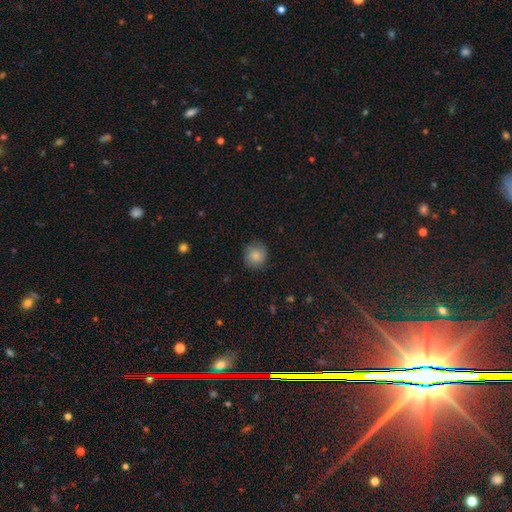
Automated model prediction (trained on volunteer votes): Q: Smooth or featured?
A: smooth (83%); runner-up: featured or disk (9%)
Q: How rounded?
A: round (88%); runner-up: in between (11%)
Q: Merging?
A: none (78%); runner-up: minor disturbance (17%)